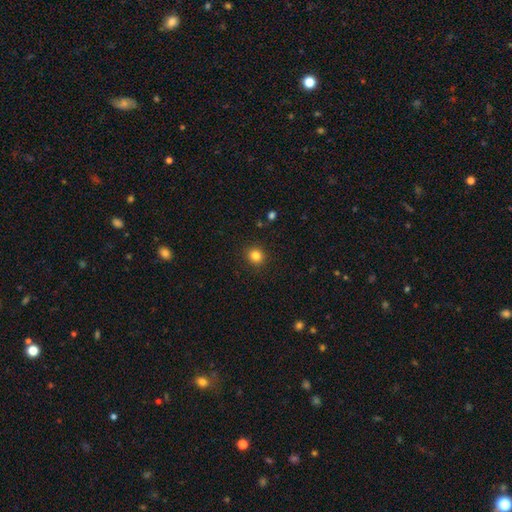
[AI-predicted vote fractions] smooth_or_featured: smooth (p=0.83) [alt: star or artifact p=0.12]
how_rounded: round (p=0.87) [alt: in between p=0.12]
merging: none (p=0.91) [alt: minor disturbance p=0.06]